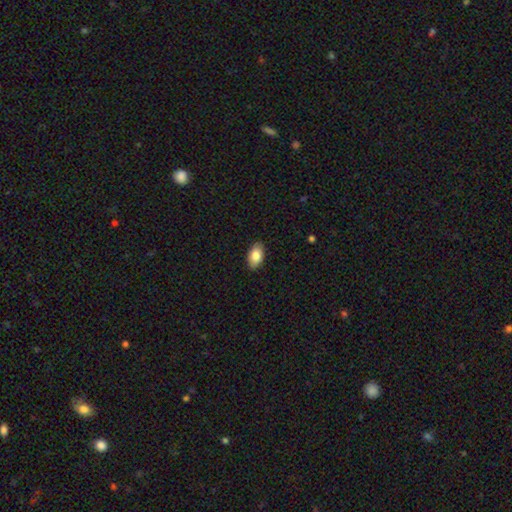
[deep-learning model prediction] smooth 84%, featured or disk 9%, star or artifact 7%. Down the decision tree: how rounded — in between (93%); merging — none (88%).